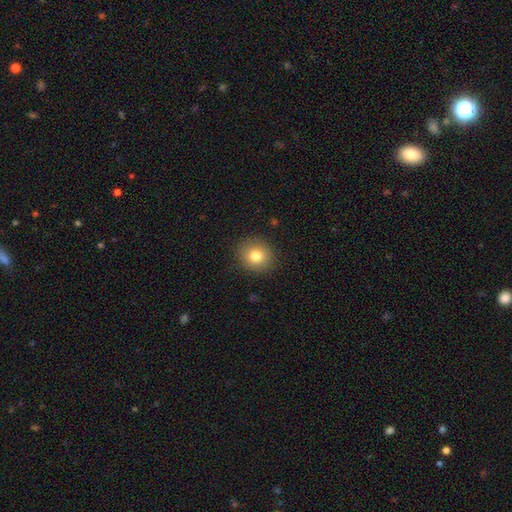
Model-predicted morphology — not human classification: A smooth galaxy with no disk features (80%) that is round (85%).

Vote fractions:
- Smooth or featured? smooth: 80% / star or artifact: 11% / featured or disk: 9%
- How rounded? round: 85% / in between: 14% / cigar-shaped: 1%
- Merging? none: 90% / minor disturbance: 7% / major disturbance: 2% / merger: 1%